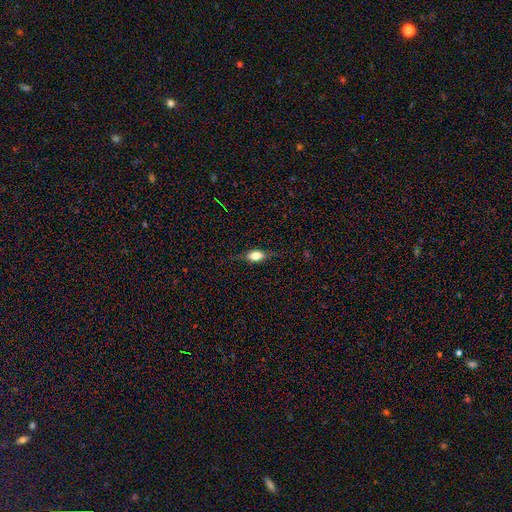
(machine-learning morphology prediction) Q: Smooth or featured?
A: smooth (65%); runner-up: featured or disk (26%)
Q: How rounded?
A: in between (75%); runner-up: round (13%)
Q: Merging?
A: none (76%); runner-up: minor disturbance (17%)